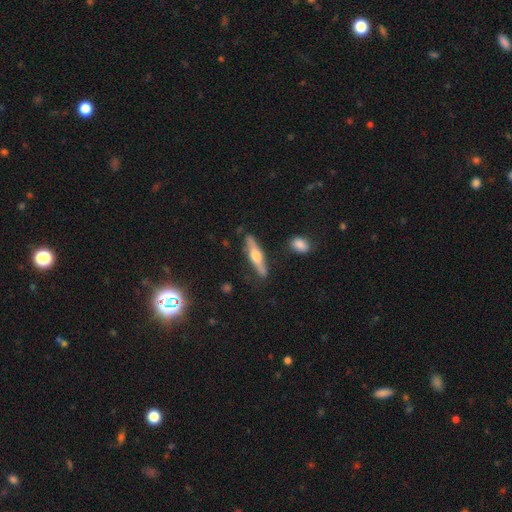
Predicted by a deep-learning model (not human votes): Morphology: type=featured or disk (58%); edge-on=yes (93%); edge-on bulge=rounded (90%); merging=none (82%).